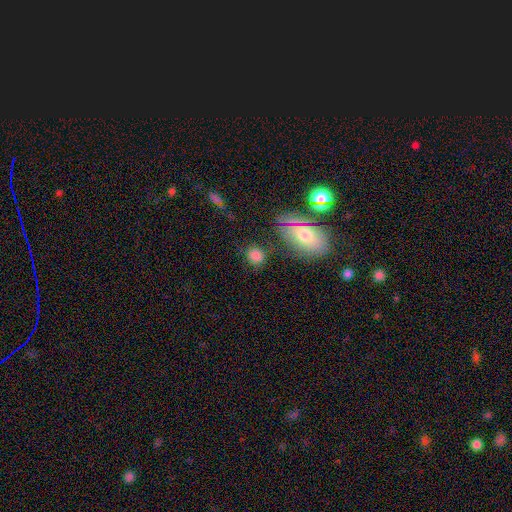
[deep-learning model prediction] This is likely a smooth galaxy (78%). How rounded: likely round (74%). Merging: likely none (77%).